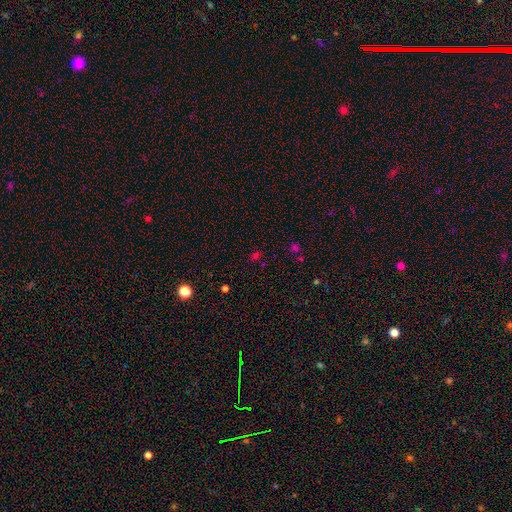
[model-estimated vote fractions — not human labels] This appears to be a smooth galaxy with no disk features (51%) that is round (51%). Merging: none (77%).